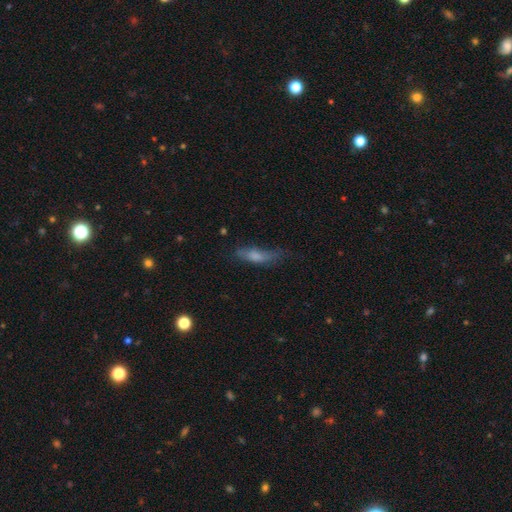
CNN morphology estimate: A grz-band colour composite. It shows a smooth galaxy with no disk features (68%) that is cigar-shaped (56%). Merging: none (47%).